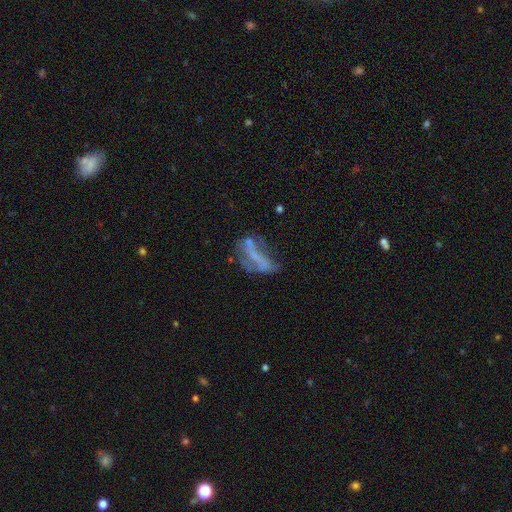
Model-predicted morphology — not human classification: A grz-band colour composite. It shows a featured or disk galaxy (55%). Merging: major disturbance (37%).